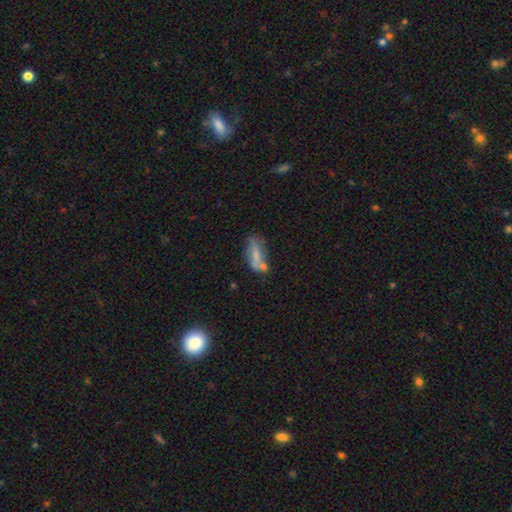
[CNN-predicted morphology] Smooth or featured?
  - smooth: 60% *
  - featured or disk: 31%
  - star or artifact: 9%
How rounded?
  - in between: 69% *
  - cigar-shaped: 27%
  - round: 3%
Merging?
  - none: 38% *
  - merger: 27%
  - minor disturbance: 23%
  - major disturbance: 13%